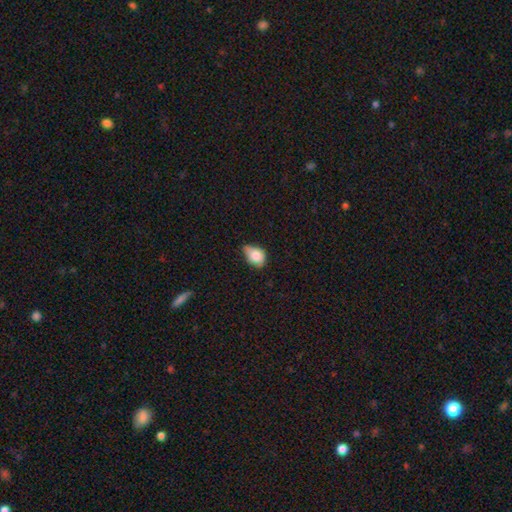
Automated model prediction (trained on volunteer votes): A smooth galaxy with no disk features (81%) that is in between round and cigar-shaped (68%). Merging: minor disturbance (53%).